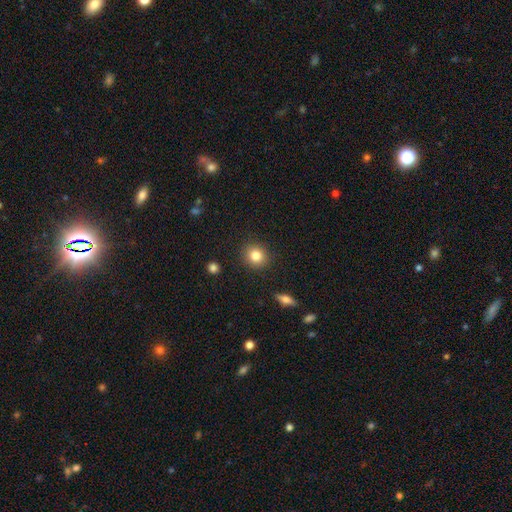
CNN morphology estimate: This is clearly a smooth galaxy (83%). How rounded: clearly round (86%). Merging: clearly none (89%).